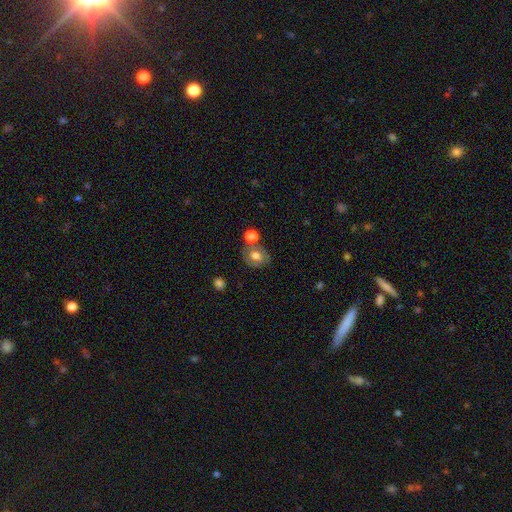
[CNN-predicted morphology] Smooth or featured: smooth — 55% (featured or disk — 36%)
How rounded: round — 57% (in between — 42%)
Merging: none — 57% (merger — 20%)